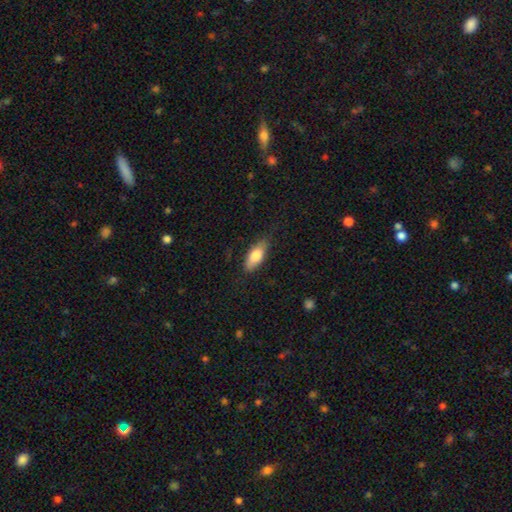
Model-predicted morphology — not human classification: The model was most divided on "merging": none: 76%, minor disturbance: 19%, major disturbance: 4%, merger: 1%. More confident: how rounded — in between (79%); smooth or featured — smooth (78%).